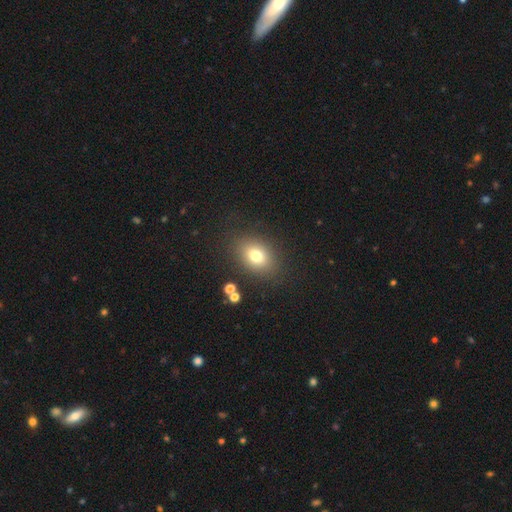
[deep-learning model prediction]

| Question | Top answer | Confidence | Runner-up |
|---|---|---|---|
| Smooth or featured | smooth | 75% | star or artifact (13%) |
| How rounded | in between | 71% | round (28%) |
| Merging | none | 83% | minor disturbance (10%) |